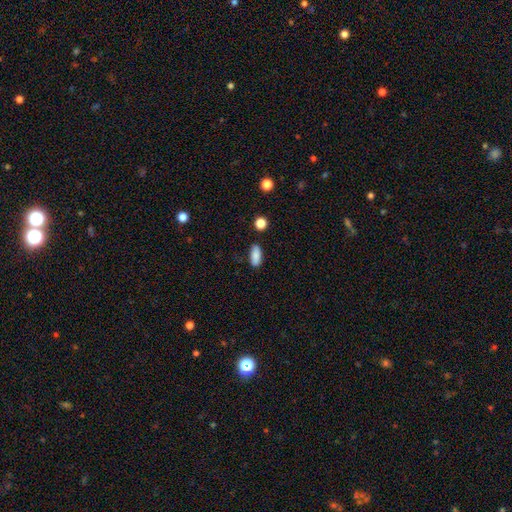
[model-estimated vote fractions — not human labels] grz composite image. It shows a smooth galaxy with no disk features (86%) that is in between round and cigar-shaped (82%). Merging: none (82%).